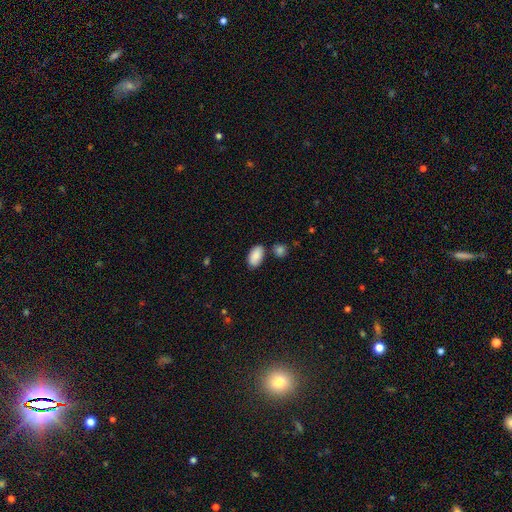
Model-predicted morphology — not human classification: This appears to be a smooth galaxy with no disk features (89%) that is in between round and cigar-shaped (95%). Merging: none (77%).